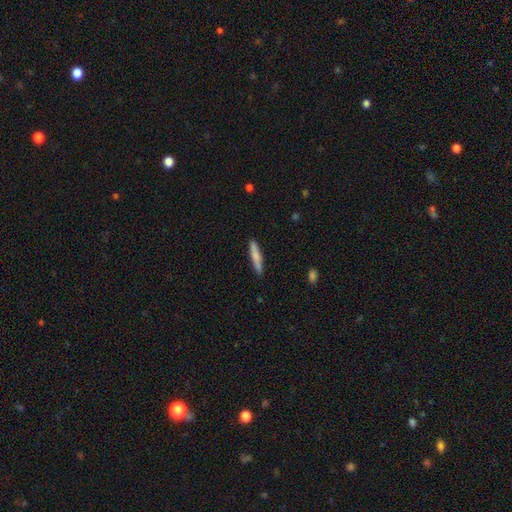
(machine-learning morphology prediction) smooth-or-featured: smooth: 70% | featured or disk: 24% | star or artifact: 6%
  how-rounded: cigar-shaped: 91% | in between: 7% | round: 1%
  merging: none: 88% | minor disturbance: 9% | major disturbance: 2% | merger: 1%